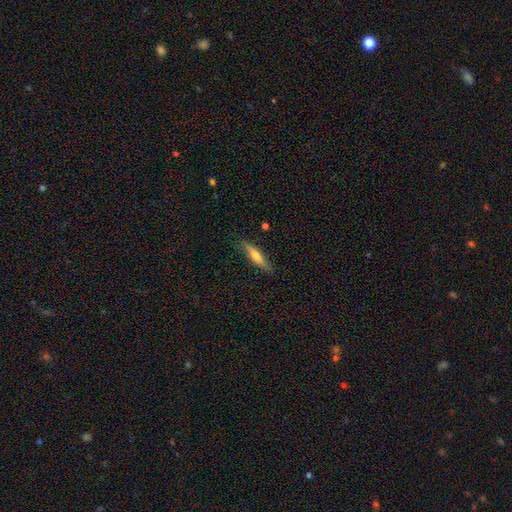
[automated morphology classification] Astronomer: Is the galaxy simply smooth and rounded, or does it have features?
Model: smooth — 53% (runner-up: featured or disk, 41%).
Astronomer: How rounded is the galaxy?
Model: cigar-shaped — 84%.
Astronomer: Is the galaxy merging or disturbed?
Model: none — 85%.